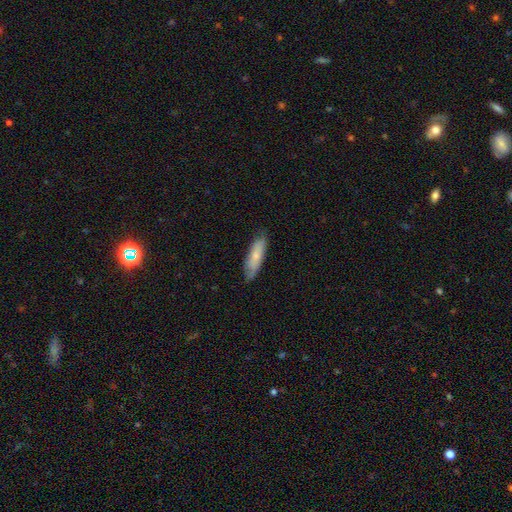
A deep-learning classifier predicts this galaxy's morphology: smooth_or_featured: smooth (p=0.70) [alt: featured or disk p=0.24]
how_rounded: cigar-shaped (p=0.56) [alt: in between p=0.42]
merging: none (p=0.76) [alt: minor disturbance p=0.19]